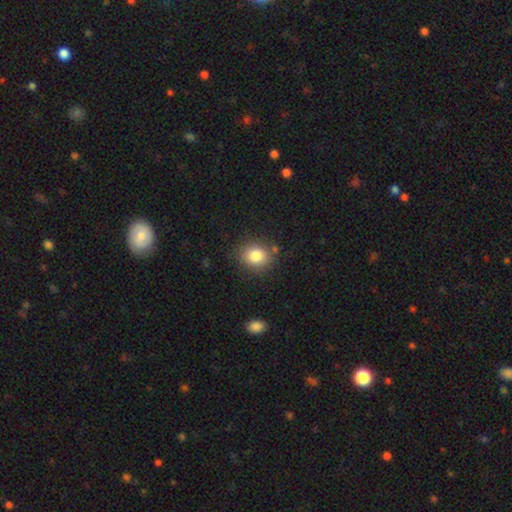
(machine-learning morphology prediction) smooth-or-featured: smooth: 83% | star or artifact: 10% | featured or disk: 7%
  how-rounded: round: 66% | in between: 33% | cigar-shaped: 1%
  merging: none: 82% | minor disturbance: 11% | merger: 4% | major disturbance: 3%